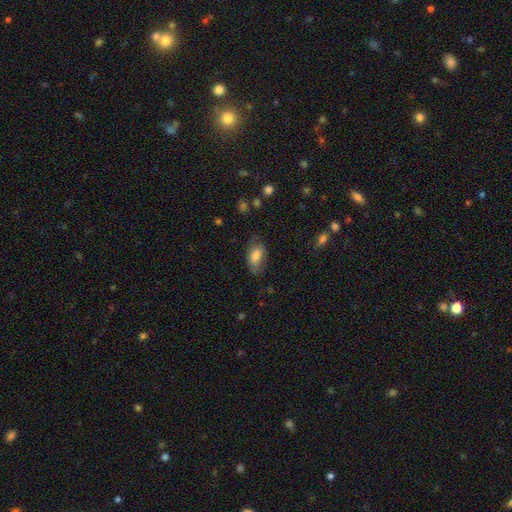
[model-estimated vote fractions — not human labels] Smooth or featured? Predicted: smooth (p=0.66). How rounded? Predicted: in between (p=0.90). Merging? Predicted: none (p=0.66).